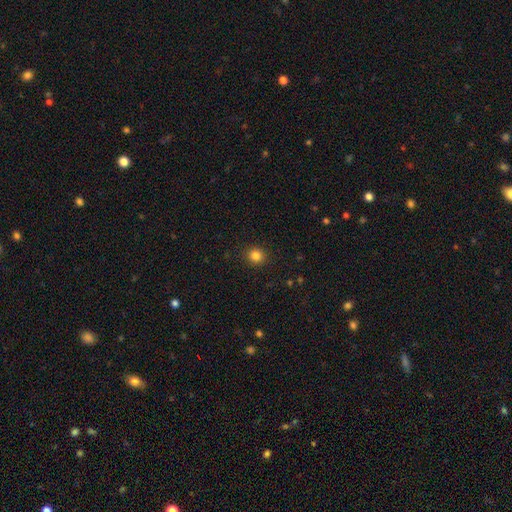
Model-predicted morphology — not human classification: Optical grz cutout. It shows a smooth galaxy with no disk features (83%) that is round (89%). Merging: none (91%).